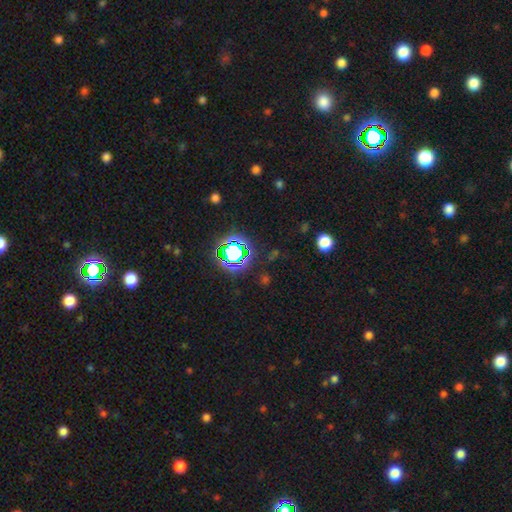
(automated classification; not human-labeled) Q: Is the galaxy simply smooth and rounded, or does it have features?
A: star or artifact — 80%.